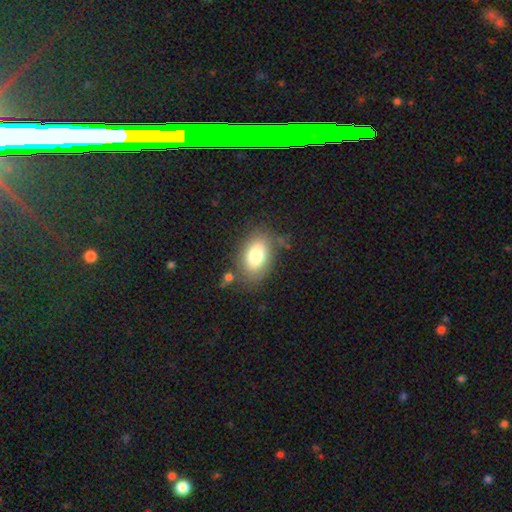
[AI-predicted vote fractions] A smooth galaxy with no disk features (79%) that is in between round and cigar-shaped (87%). Merging: none (75%).